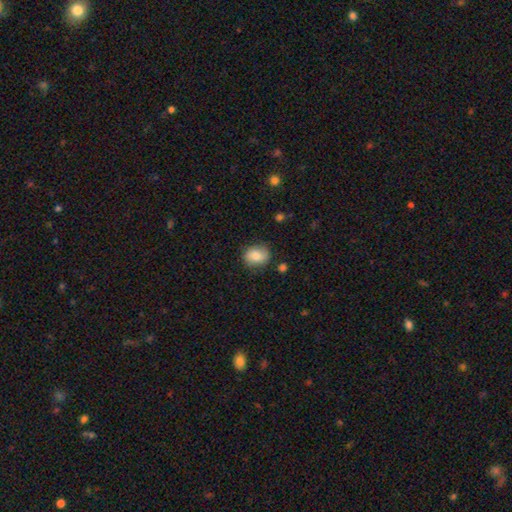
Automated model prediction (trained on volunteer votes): Smooth or featured? Predicted: smooth (p=0.79). How rounded? Predicted: round (p=0.53). Merging? Predicted: none (p=0.79).